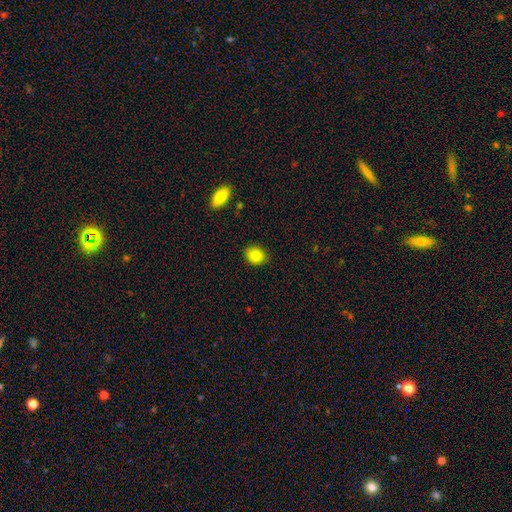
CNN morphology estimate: Q: Smooth or featured?
A: smooth (84%); runner-up: star or artifact (9%)
Q: How rounded?
A: round (62%); runner-up: in between (37%)
Q: Merging?
A: none (88%); runner-up: minor disturbance (8%)